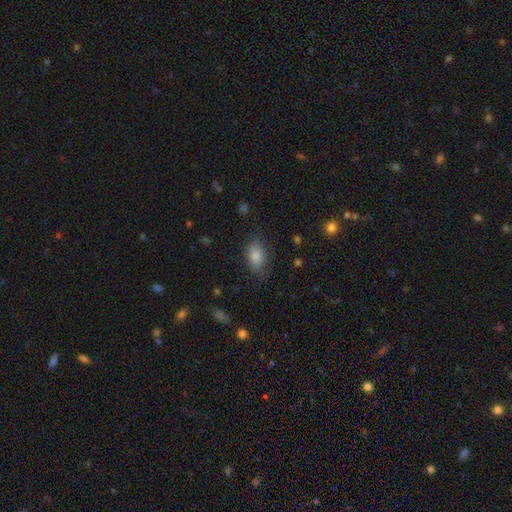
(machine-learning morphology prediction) This appears to be a smooth galaxy with no disk features (78%) that is in between round and cigar-shaped (84%). Merging: none (75%).